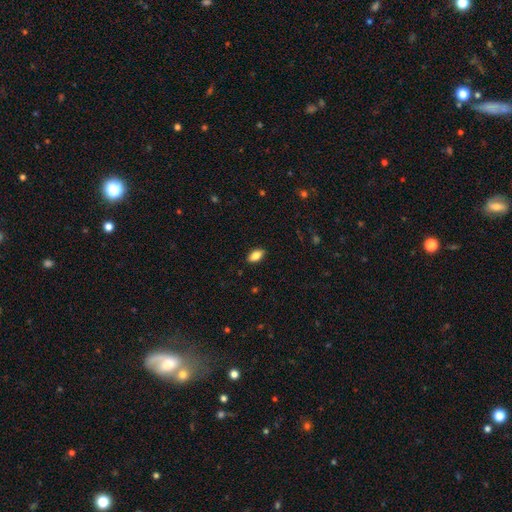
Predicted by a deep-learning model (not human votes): This is clearly a smooth galaxy (81%). How rounded: clearly in between (90%). Merging: clearly none (87%).